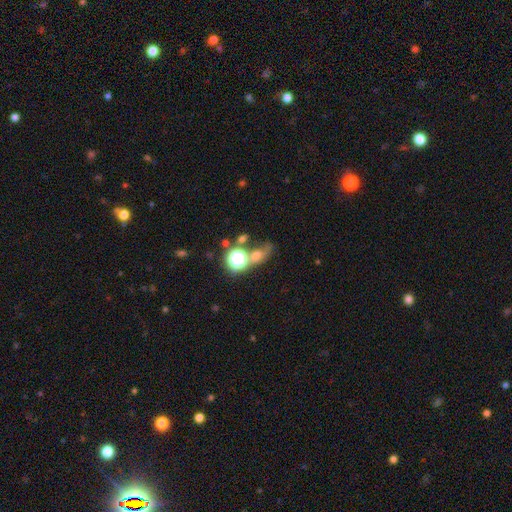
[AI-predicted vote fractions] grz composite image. It shows a smooth galaxy with no disk features (47%). Merging: none (40%).